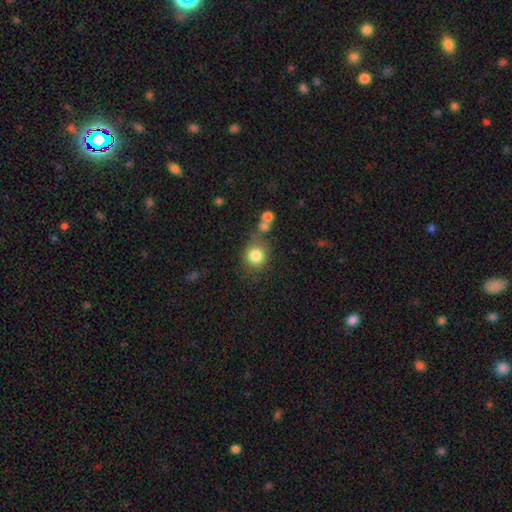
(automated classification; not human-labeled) Smooth or featured? Predicted: smooth (p=0.82). How rounded? Predicted: round (p=0.82). Merging? Predicted: none (p=0.62).